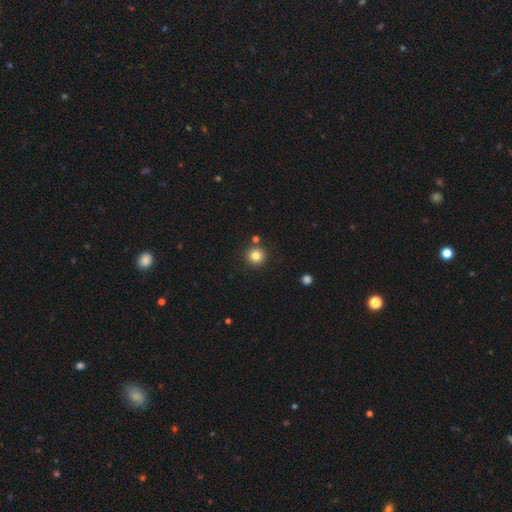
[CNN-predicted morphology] Smooth or featured?
  - smooth: 82% *
  - star or artifact: 12%
  - featured or disk: 6%
How rounded?
  - round: 95% *
  - in between: 4%
  - cigar-shaped: 1%
Merging?
  - none: 87% *
  - minor disturbance: 6%
  - merger: 5%
  - major disturbance: 2%